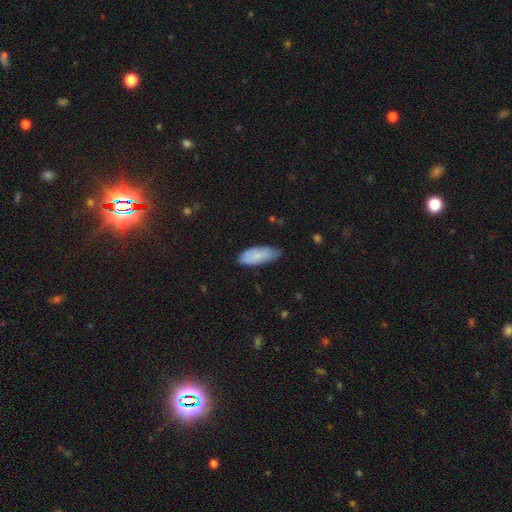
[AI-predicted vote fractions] Smooth or featured: smooth — 81% (featured or disk — 13%)
How rounded: in between — 80% (cigar-shaped — 18%)
Merging: none — 62% (minor disturbance — 32%)